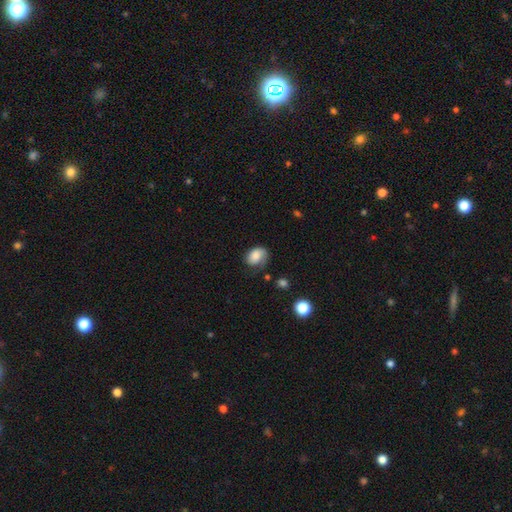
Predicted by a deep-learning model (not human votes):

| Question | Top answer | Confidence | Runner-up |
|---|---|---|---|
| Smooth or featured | smooth | 71% | featured or disk (21%) |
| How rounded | in between | 68% | round (31%) |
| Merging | none | 50% | minor disturbance (31%) |